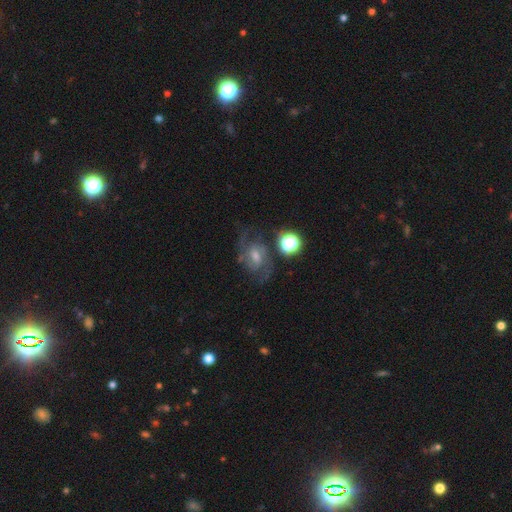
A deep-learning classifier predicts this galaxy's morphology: Q: Smooth or featured?
A: featured or disk (76%); runner-up: star or artifact (12%)
Q: Edge-on disk?
A: no (97%); runner-up: yes (3%)
Q: Bar?
A: weak (50%); runner-up: no (39%)
Q: Spiral arms?
A: yes (94%); runner-up: no (6%)
Q: Spiral winding?
A: medium (55%); runner-up: tight (26%)
Q: Spiral arm count?
A: 2 (74%); runner-up: can't tell (12%)
Q: Bulge size?
A: moderate (47%); runner-up: small (40%)
Q: Merging?
A: none (68%); runner-up: minor disturbance (16%)